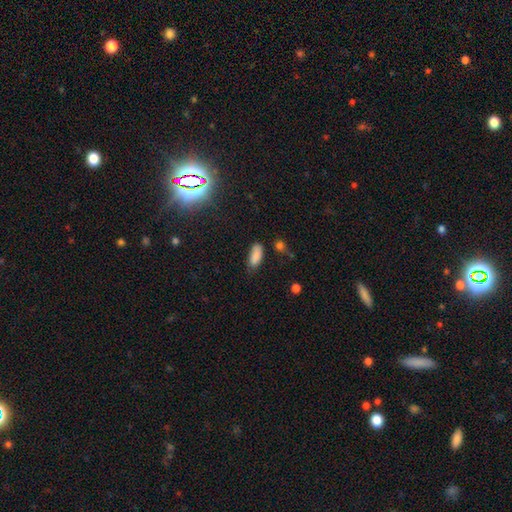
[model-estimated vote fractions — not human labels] A smooth galaxy with no disk features (85%) that is in between round and cigar-shaped (83%).

Vote fractions:
- Smooth or featured? smooth: 85% / star or artifact: 9% / featured or disk: 6%
- How rounded? in between: 83% / cigar-shaped: 14% / round: 2%
- Merging? none: 63% / minor disturbance: 28% / major disturbance: 6% / merger: 3%